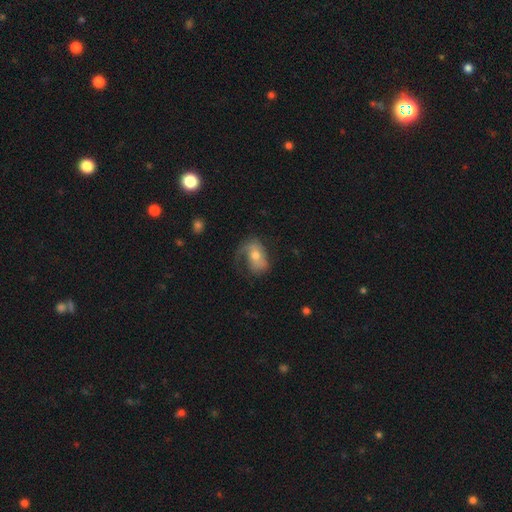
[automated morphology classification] A featured or disk galaxy (59%) with no bar (61%), spiral arms (81%) and a moderate central bulge (67%).

Vote fractions:
- Smooth or featured? featured or disk: 59% / smooth: 34% / star or artifact: 7%
- Edge-on disk? no: 96% / yes: 4%
- Bar? no: 61% / weak: 30% / strong: 9%
- Spiral arms? yes: 81% / no: 19%
- Bulge size? moderate: 67% / small: 22% / large: 7% / none: 2% / dominant: 1%
- Merging? none: 42% / major disturbance: 31% / minor disturbance: 25% / merger: 2%